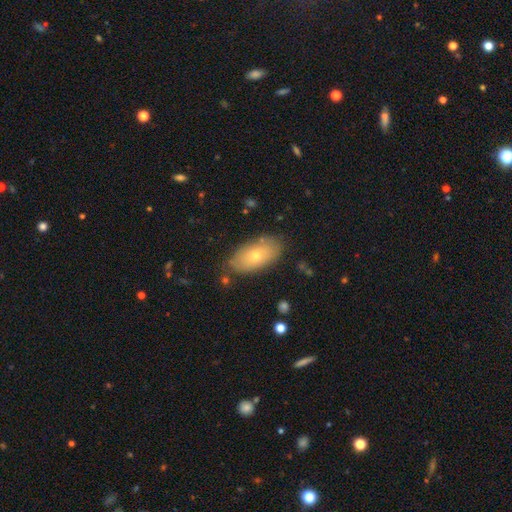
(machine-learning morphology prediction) Smooth or featured: smooth — 67% (featured or disk — 26%)
How rounded: in between — 92% (round — 5%)
Merging: none — 79% (minor disturbance — 15%)